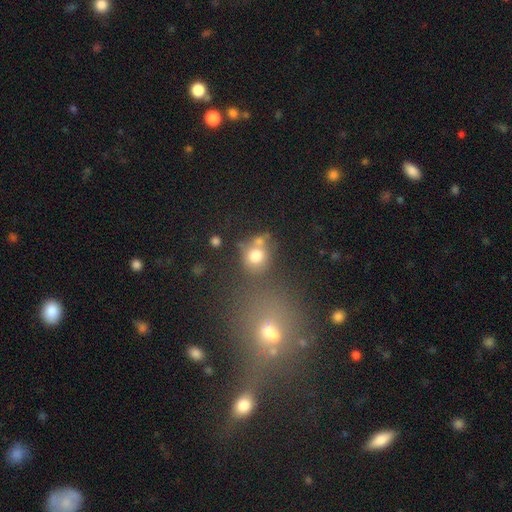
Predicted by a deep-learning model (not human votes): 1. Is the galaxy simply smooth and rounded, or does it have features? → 74% smooth, 14% star or artifact, 12% featured or disk.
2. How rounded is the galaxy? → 76% round, 22% in between, 1% cigar-shaped.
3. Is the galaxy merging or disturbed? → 50% none, 28% merger, 14% minor disturbance, 7% major disturbance.